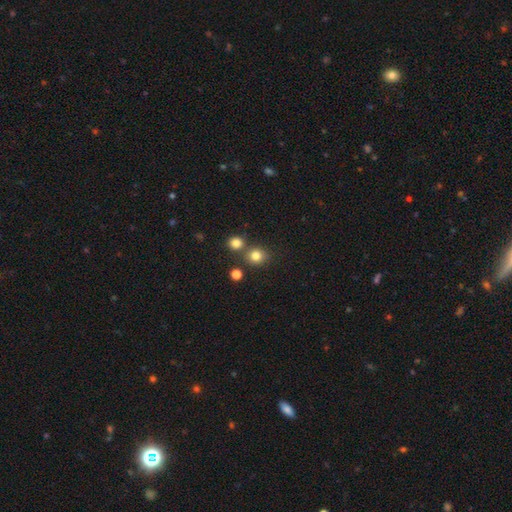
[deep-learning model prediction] smooth-or-featured: smooth: 80% | star or artifact: 14% | featured or disk: 7%
  how-rounded: round: 83% | in between: 17% | cigar-shaped: 1%
  merging: none: 67% | merger: 21% | minor disturbance: 9% | major disturbance: 3%